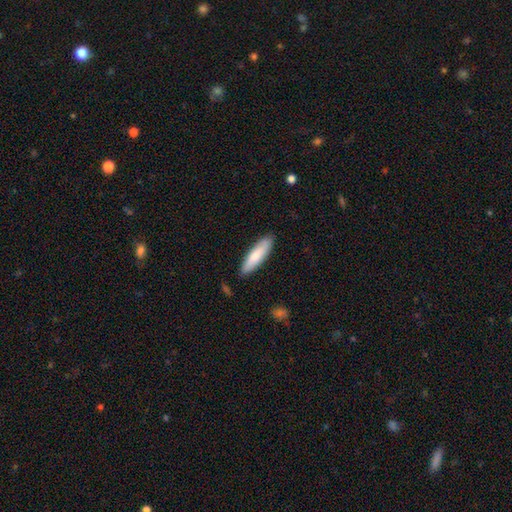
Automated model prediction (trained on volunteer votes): Smooth or featured? smooth (77%)
How rounded? cigar-shaped (65%)
Merging? none (87%)